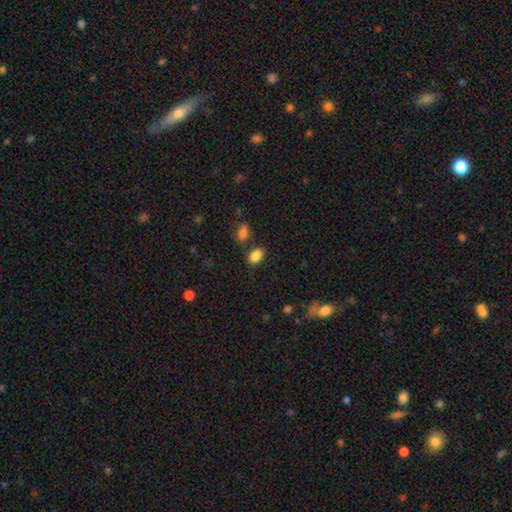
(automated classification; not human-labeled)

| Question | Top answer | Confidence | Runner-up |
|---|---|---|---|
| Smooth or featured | smooth | 86% | star or artifact (9%) |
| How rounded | in between | 86% | round (13%) |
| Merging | none | 75% | minor disturbance (12%) |